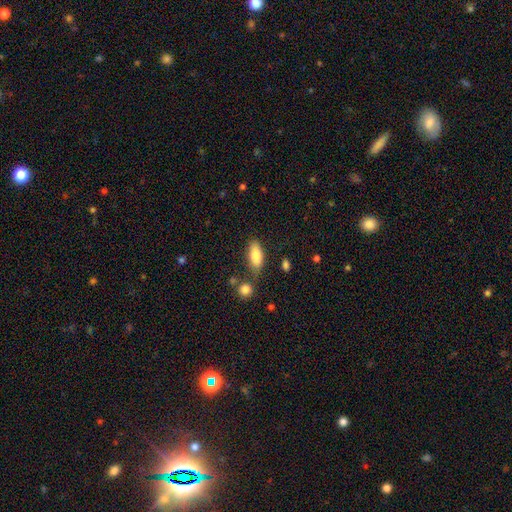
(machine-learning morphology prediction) The model was most divided on "merging": none: 73%, minor disturbance: 16%, merger: 7%, major disturbance: 4%. More confident: smooth or featured — smooth (83%); how rounded — in between (80%).